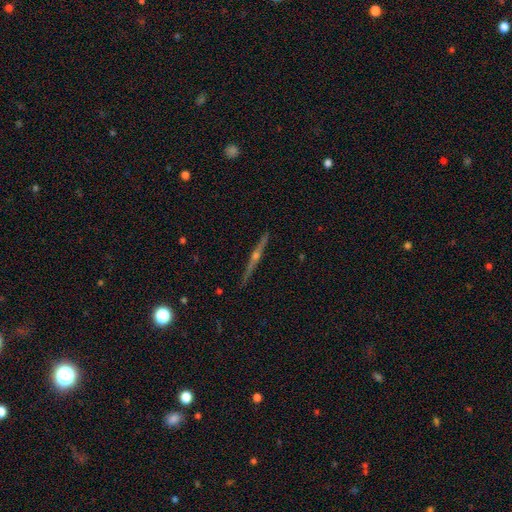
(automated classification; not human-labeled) This is clearly a featured or disk galaxy (83%). It is clearly viewed edge-on (98%). Edge-on bulge: clearly rounded (92%). Merging: clearly none (91%).